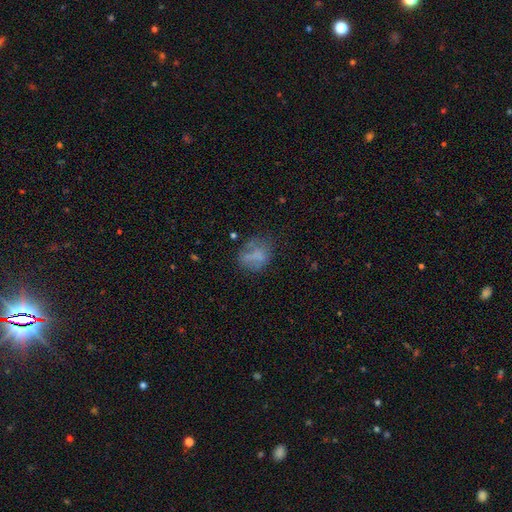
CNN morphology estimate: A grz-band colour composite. It shows a smooth galaxy with no disk features (58%) that is in between round and cigar-shaped (51%). Merging: none (48%).